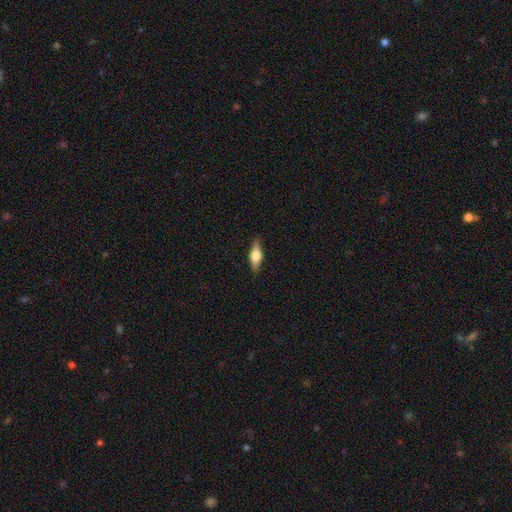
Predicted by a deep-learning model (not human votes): Q: Smooth or featured?
A: featured or disk (55%); runner-up: smooth (38%)
Q: Edge-on disk?
A: yes (95%); runner-up: no (5%)
Q: Edge-on bulge?
A: rounded (92%); runner-up: boxy (7%)
Q: Merging?
A: none (87%); runner-up: minor disturbance (10%)